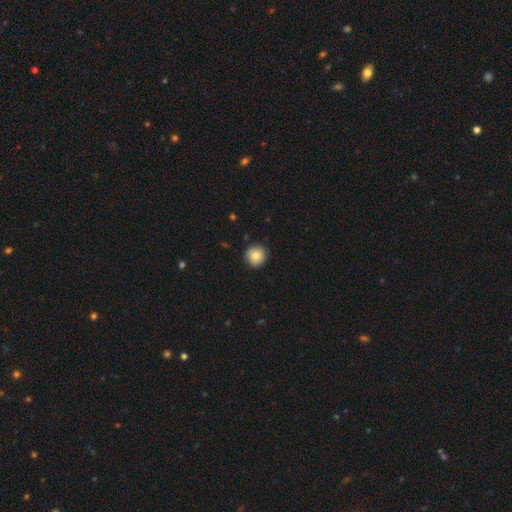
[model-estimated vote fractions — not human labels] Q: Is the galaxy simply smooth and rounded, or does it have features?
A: smooth — 82%.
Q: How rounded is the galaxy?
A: round — 93%.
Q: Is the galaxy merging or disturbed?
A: none — 86%.